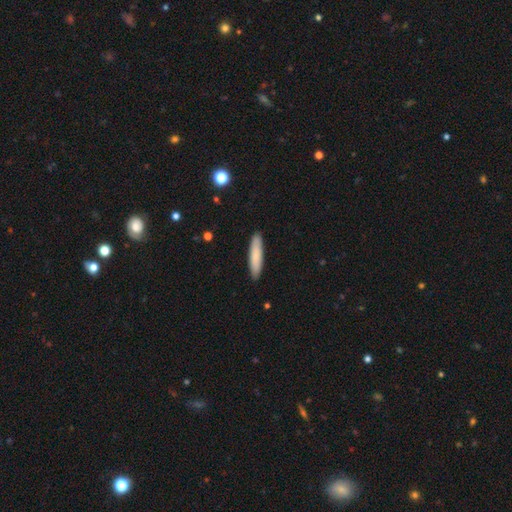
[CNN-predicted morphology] Q: Smooth or featured?
A: smooth (82%); runner-up: featured or disk (12%)
Q: How rounded?
A: cigar-shaped (83%); runner-up: in between (16%)
Q: Merging?
A: none (90%); runner-up: minor disturbance (7%)